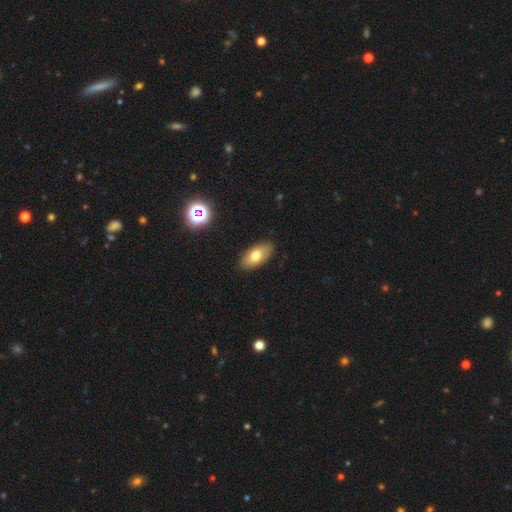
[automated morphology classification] A smooth galaxy with no disk features (72%) that is in between round and cigar-shaped (92%). Merging: none (87%).